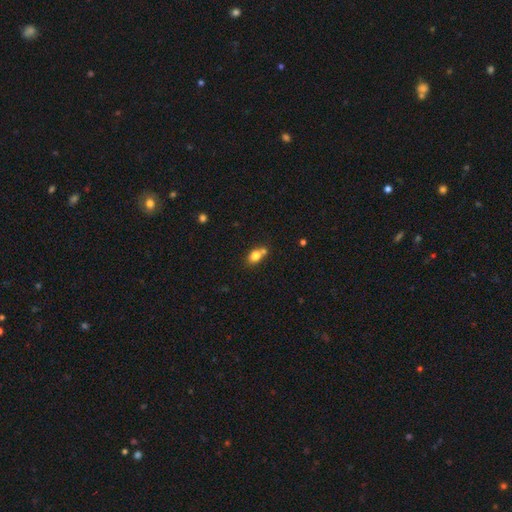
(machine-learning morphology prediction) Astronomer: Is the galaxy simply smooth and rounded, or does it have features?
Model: smooth — 78%.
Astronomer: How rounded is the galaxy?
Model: in between — 69%.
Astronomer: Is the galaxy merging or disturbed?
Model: none — 47% (runner-up: merger, 35%).